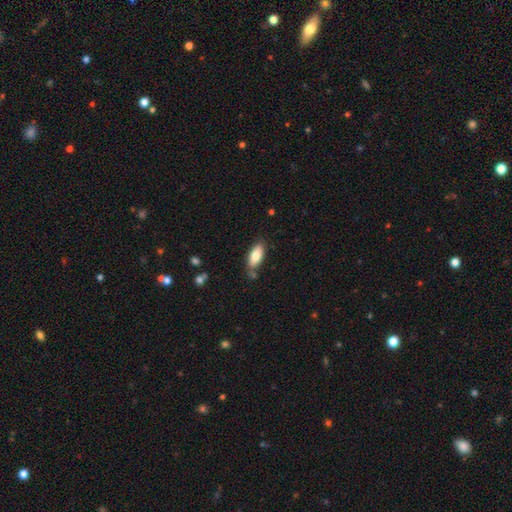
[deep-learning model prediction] Smooth or featured?
  - smooth: 77% *
  - featured or disk: 16%
  - star or artifact: 7%
How rounded?
  - in between: 84% *
  - cigar-shaped: 14%
  - round: 2%
Merging?
  - none: 71% *
  - minor disturbance: 18%
  - merger: 7%
  - major disturbance: 4%